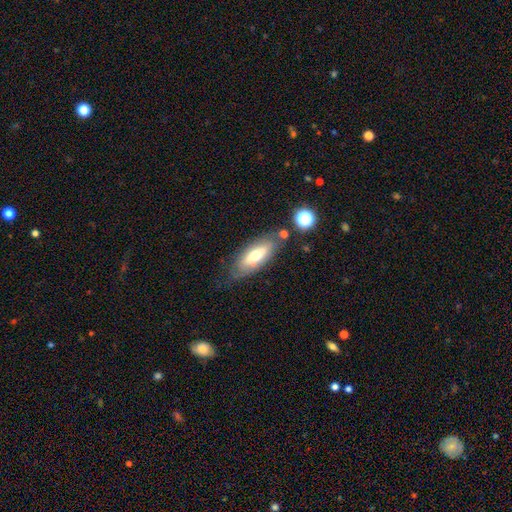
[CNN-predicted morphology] This is possibly a smooth galaxy (53%). How rounded: likely in between (72%). Merging: likely none (68%).